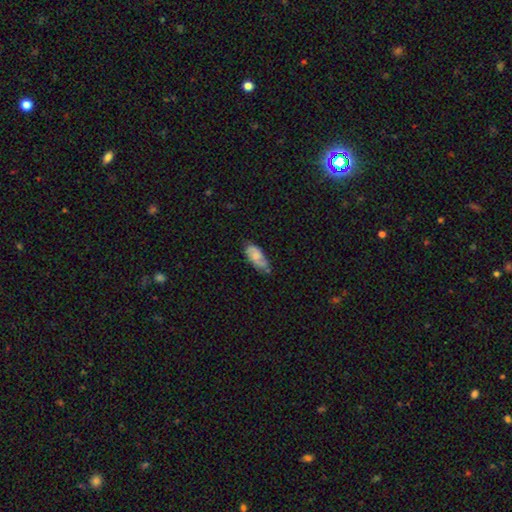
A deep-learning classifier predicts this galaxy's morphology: Overall: smooth (61%; featured or disk 32%). How rounded: in between (87%). Merging: none (61%; minor disturbance 29%).